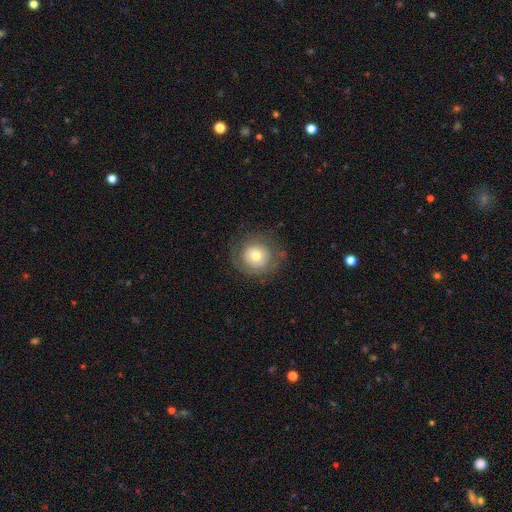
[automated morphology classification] Smooth or featured? Predicted: smooth (p=0.53). How rounded? Predicted: round (p=0.89). Merging? Predicted: none (p=0.74).